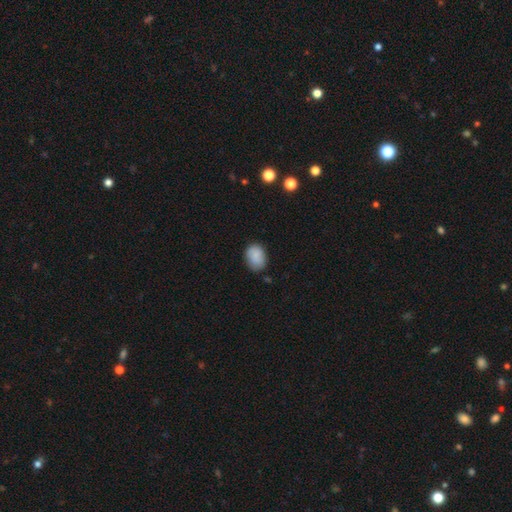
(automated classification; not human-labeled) smooth_or_featured: smooth (p=0.86) [alt: star or artifact p=0.08]
how_rounded: in between (p=0.72) [alt: round p=0.27]
merging: none (p=0.71) [alt: minor disturbance p=0.23]